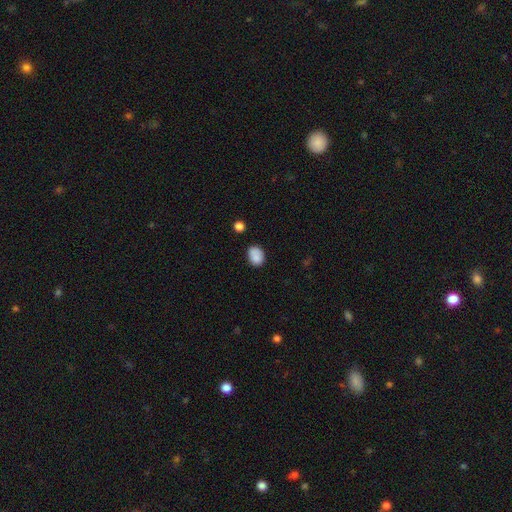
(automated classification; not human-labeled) Morphology: type=smooth (85%); roundness=in between (68%); merging=none (70%).